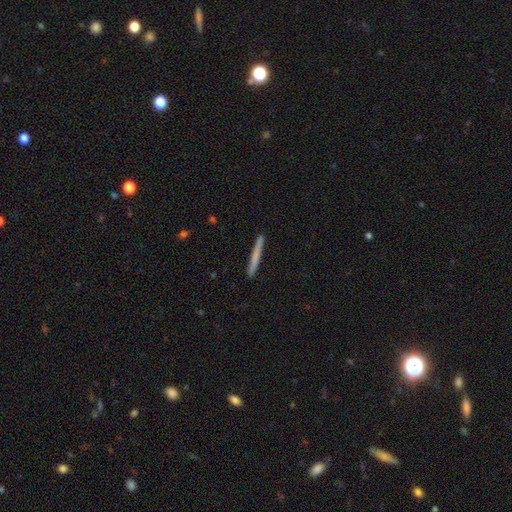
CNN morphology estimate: This is likely a smooth galaxy (66%). How rounded: clearly cigar-shaped (97%). Merging: clearly none (92%).